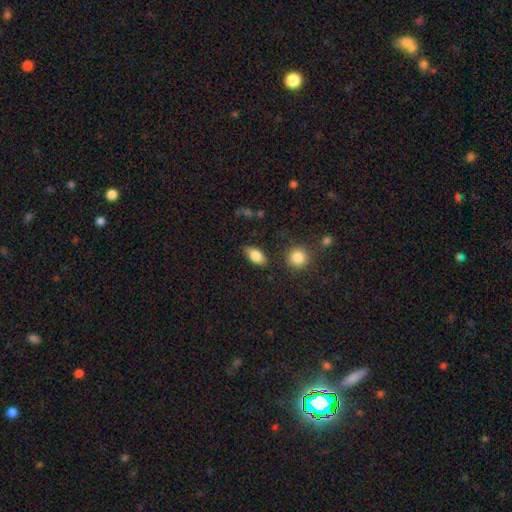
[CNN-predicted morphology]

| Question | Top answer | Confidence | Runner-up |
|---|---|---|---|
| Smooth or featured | smooth | 80% | featured or disk (13%) |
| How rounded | in between | 87% | round (7%) |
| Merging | none | 81% | minor disturbance (13%) |